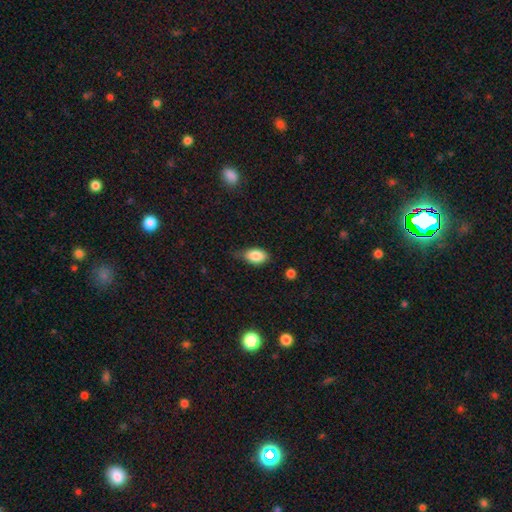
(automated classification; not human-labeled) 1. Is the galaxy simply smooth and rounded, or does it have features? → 84% smooth, 8% featured or disk, 8% star or artifact.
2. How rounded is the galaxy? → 87% in between, 10% round, 2% cigar-shaped.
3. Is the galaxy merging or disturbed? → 57% none, 33% minor disturbance, 7% major disturbance, 2% merger.